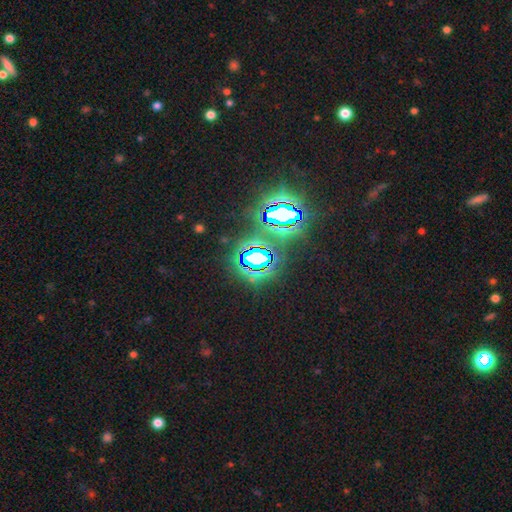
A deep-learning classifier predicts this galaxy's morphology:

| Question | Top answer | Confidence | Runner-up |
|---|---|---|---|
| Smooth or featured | star or artifact | 81% | smooth (11%) |